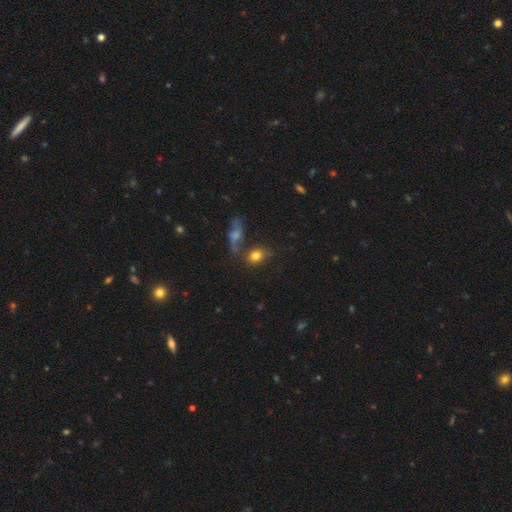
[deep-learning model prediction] Smooth or featured? smooth (79%)
How rounded? in between (49%)
Merging? none (61%)